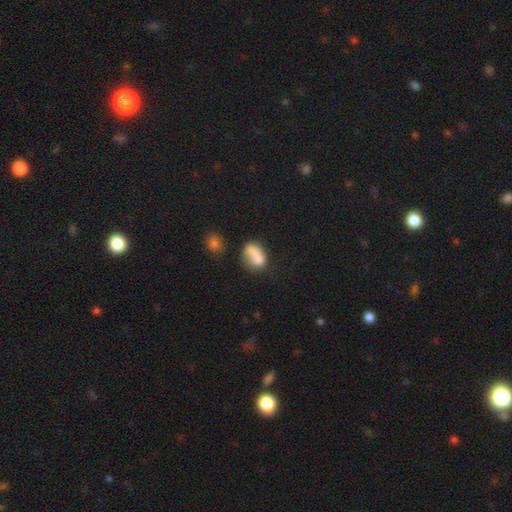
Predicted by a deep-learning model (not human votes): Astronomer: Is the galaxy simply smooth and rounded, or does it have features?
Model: smooth — 74%.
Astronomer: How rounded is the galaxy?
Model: in between — 77%.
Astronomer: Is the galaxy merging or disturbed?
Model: none — 38% (runner-up: minor disturbance, 24%).